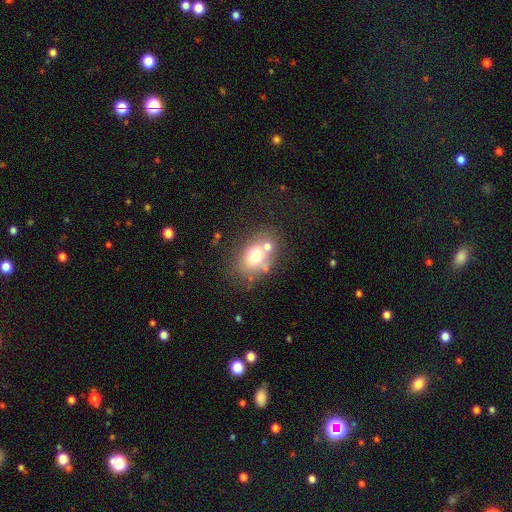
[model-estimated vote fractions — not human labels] This is likely a smooth galaxy (66%). How rounded: likely in between (66%). Merging: possibly none (53%).